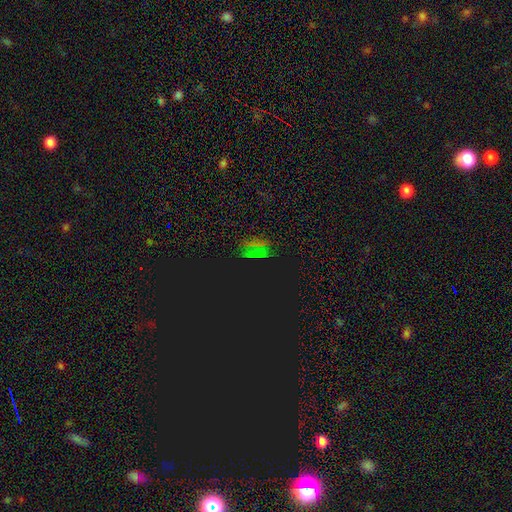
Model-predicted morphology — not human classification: This is likely a star or artifact rather than a galaxy (69%).